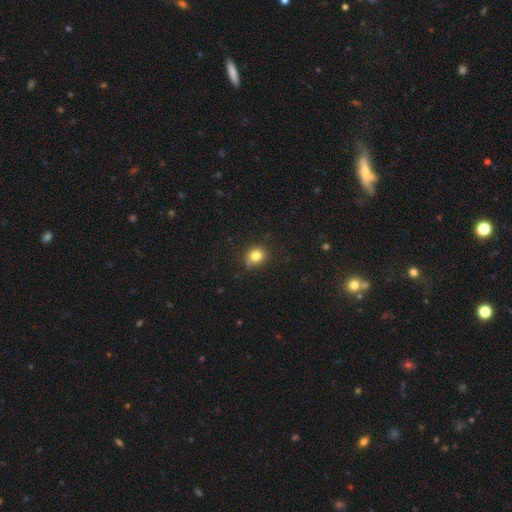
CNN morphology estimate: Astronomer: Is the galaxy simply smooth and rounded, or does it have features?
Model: smooth — 81%.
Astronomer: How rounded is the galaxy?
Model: round — 80%.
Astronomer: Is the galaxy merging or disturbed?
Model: none — 73%.